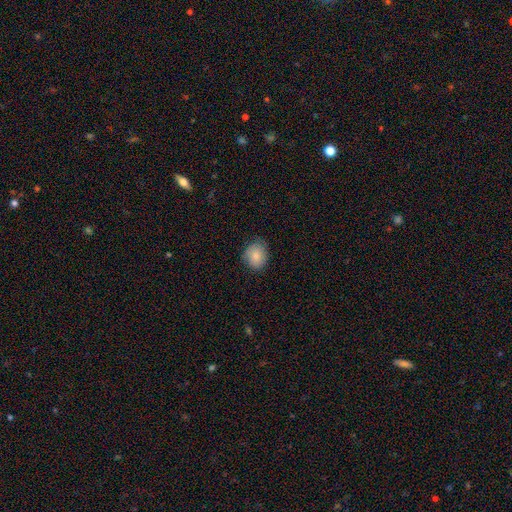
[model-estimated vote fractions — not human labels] Overall: smooth (83%). How rounded: round (62%; in between 38%). Merging: none (75%).